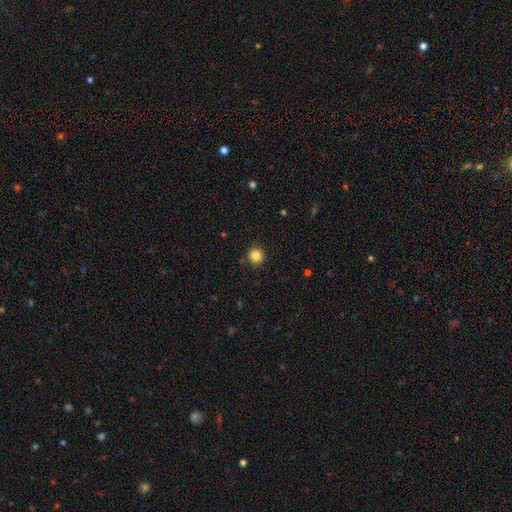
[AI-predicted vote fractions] smooth 84%, star or artifact 12%, featured or disk 5%. Down the decision tree: how rounded — round (93%); merging — none (90%).